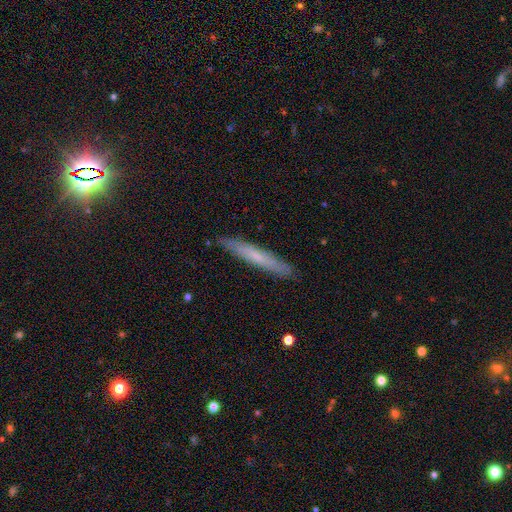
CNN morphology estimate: Smooth or featured: smooth — 55% (featured or disk — 39%)
How rounded: cigar-shaped — 95% (in between — 4%)
Merging: none — 89% (minor disturbance — 9%)